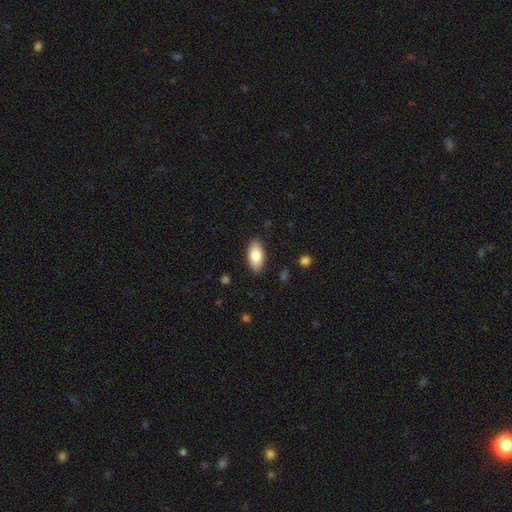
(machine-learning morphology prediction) smooth 82%, featured or disk 12%, star or artifact 6%. Down the decision tree: how rounded — in between (92%); merging — none (89%).